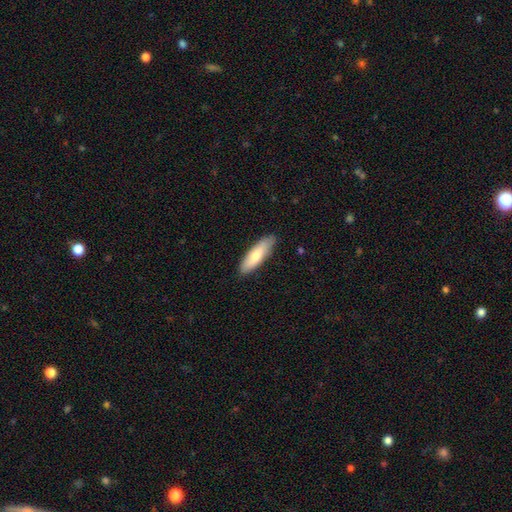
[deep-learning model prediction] Smooth or featured? smooth (76%)
How rounded? cigar-shaped (54%)
Merging? none (86%)